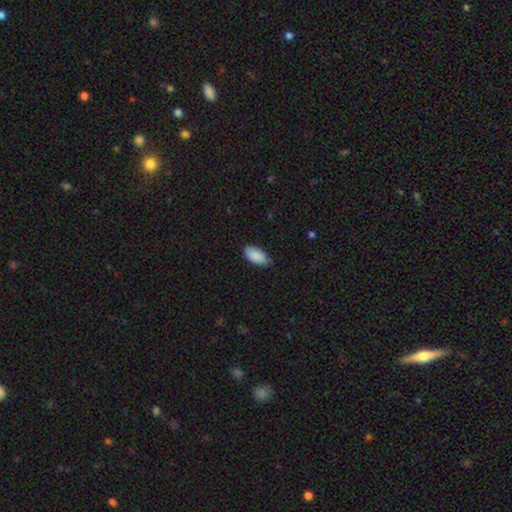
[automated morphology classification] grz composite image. It shows a smooth galaxy with no disk features (89%) that is in between round and cigar-shaped (94%). Merging: none (70%).